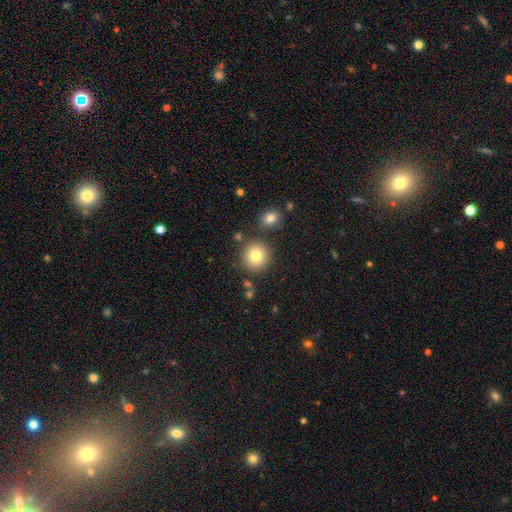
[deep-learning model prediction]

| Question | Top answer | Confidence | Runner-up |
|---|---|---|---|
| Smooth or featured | smooth | 80% | star or artifact (11%) |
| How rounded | round | 93% | in between (6%) |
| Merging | none | 83% | minor disturbance (8%) |